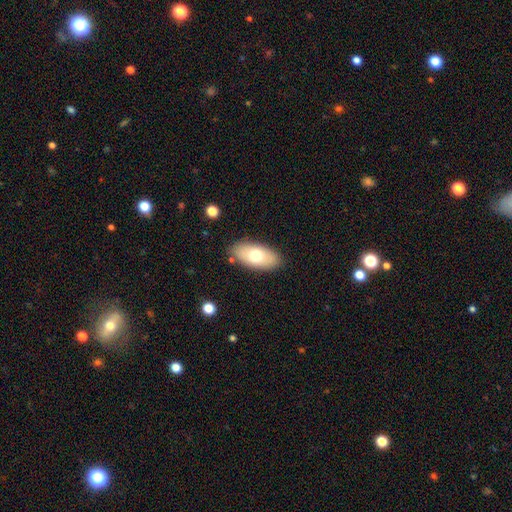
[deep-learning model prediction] A smooth galaxy with no disk features (69%) that is in between round and cigar-shaped (91%). Merging: none (85%).